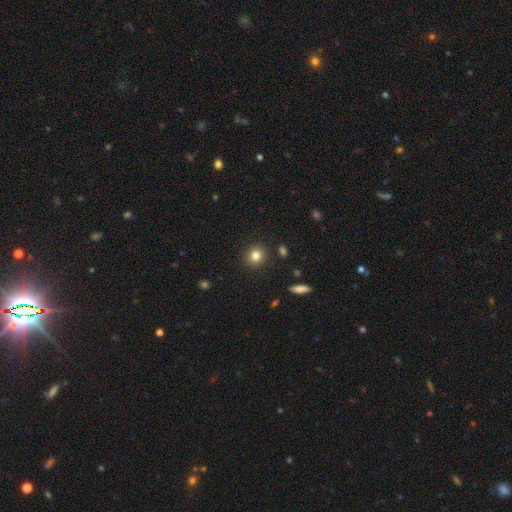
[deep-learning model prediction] Morphology: type=smooth (81%); roundness=round (88%); merging=none (90%).